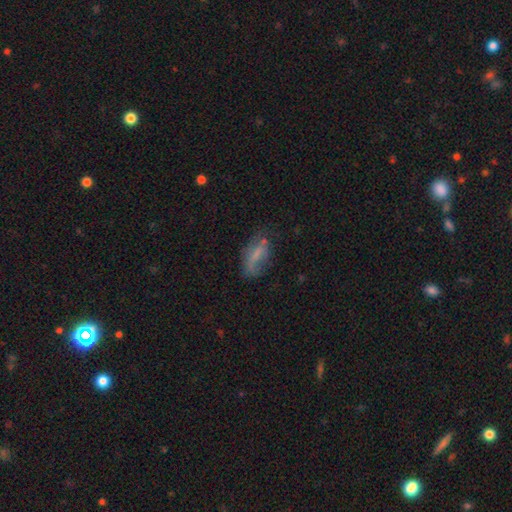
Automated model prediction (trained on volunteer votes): The model was most divided on "merging": none: 47%, minor disturbance: 30%, major disturbance: 20%, merger: 3%. More confident: how rounded — in between (77%); smooth or featured — smooth (57%).